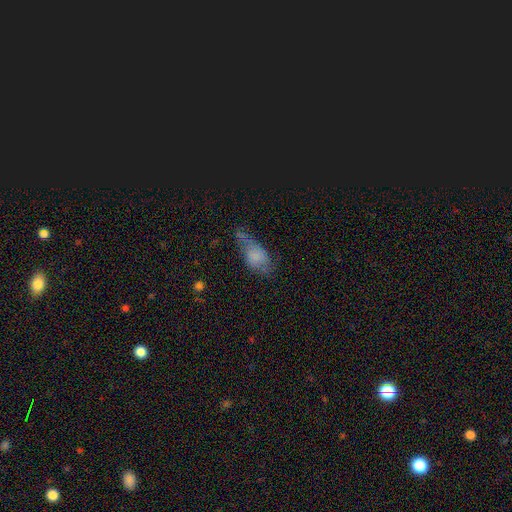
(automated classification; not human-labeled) Smooth or featured?
  - smooth: 70% *
  - featured or disk: 20%
  - star or artifact: 10%
How rounded?
  - in between: 87% *
  - cigar-shaped: 8%
  - round: 5%
Merging?
  - none: 34% * (tied)
  - minor disturbance: 34% * (tied)
  - major disturbance: 27%
  - merger: 6%